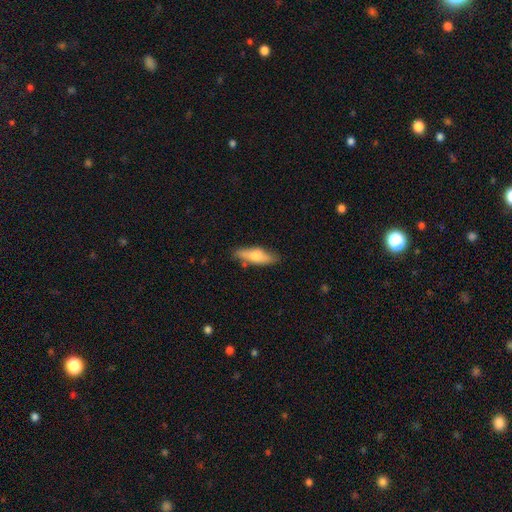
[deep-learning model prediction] A smooth galaxy with no disk features (65%) that is in between round and cigar-shaped (50%).

Vote fractions:
- Smooth or featured? smooth: 65% / featured or disk: 29% / star or artifact: 6%
- How rounded? in between: 50% / cigar-shaped: 48% / round: 3%
- Merging? none: 75% / minor disturbance: 19% / major disturbance: 4% / merger: 3%